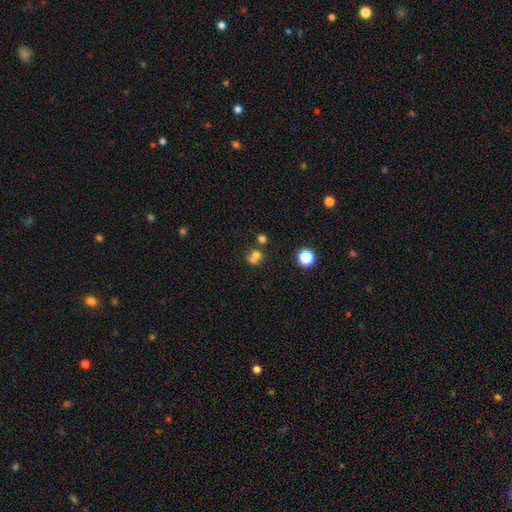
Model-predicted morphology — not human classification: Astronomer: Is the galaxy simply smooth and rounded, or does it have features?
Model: smooth — 67%.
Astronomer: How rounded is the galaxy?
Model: round — 80%.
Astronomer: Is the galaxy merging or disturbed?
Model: merger — 46% (runner-up: none, 40%).